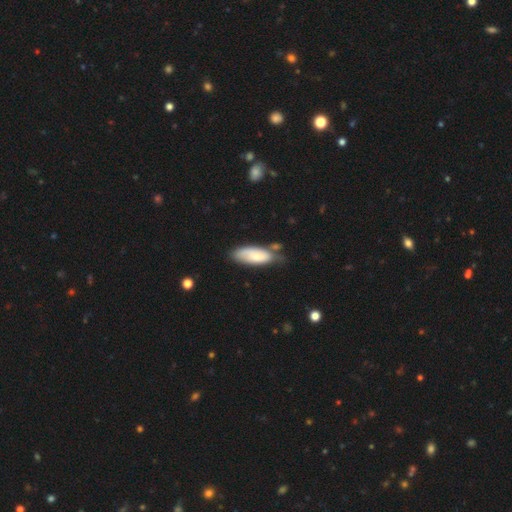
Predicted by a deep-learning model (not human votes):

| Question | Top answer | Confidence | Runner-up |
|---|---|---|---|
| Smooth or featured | smooth | 74% | featured or disk (20%) |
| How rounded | in between | 74% | cigar-shaped (24%) |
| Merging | none | 52% | minor disturbance (29%) |